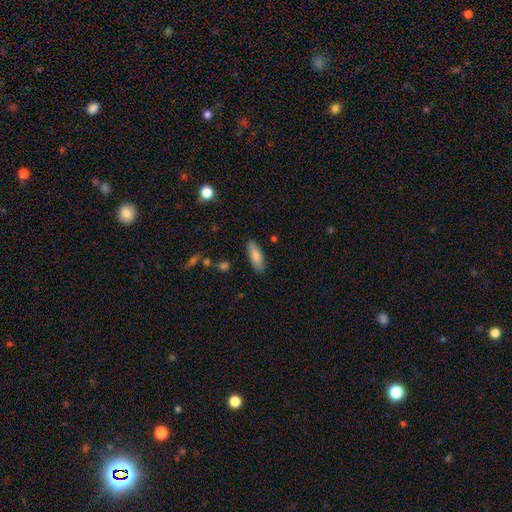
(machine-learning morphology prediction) Smooth or featured: smooth — 82% (featured or disk — 12%)
How rounded: in between — 66% (cigar-shaped — 32%)
Merging: none — 86% (minor disturbance — 10%)